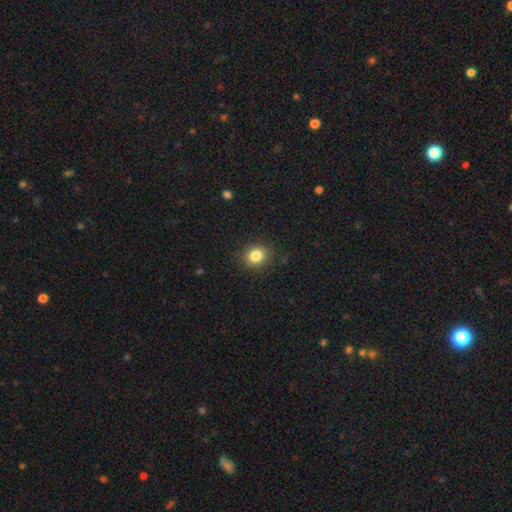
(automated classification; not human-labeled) Smooth or featured?
  - smooth: 83% *
  - star or artifact: 10%
  - featured or disk: 6%
How rounded?
  - round: 72% *
  - in between: 27%
  - cigar-shaped: 1%
Merging?
  - none: 89% *
  - minor disturbance: 8%
  - major disturbance: 2%
  - merger: 1%